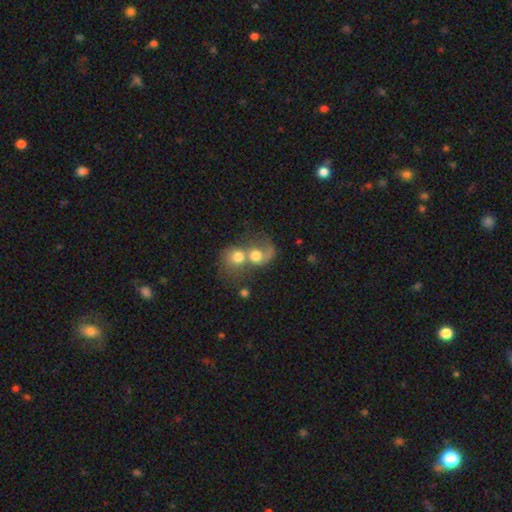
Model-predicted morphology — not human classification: The model was most divided on "smooth or featured": smooth: 59%, featured or disk: 32%, star or artifact: 9%. More confident: merging — merger (77%); how rounded — round (65%).